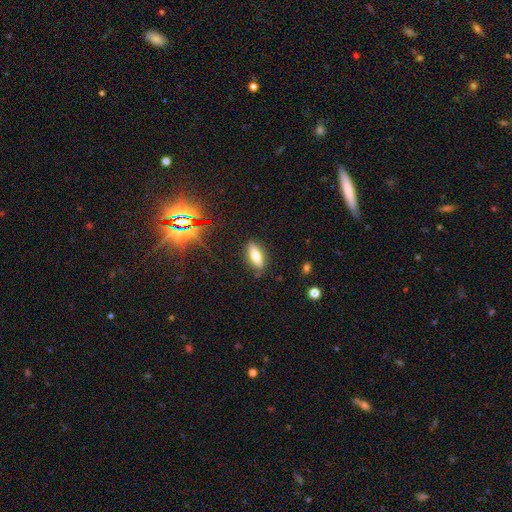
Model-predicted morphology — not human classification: Q: Smooth or featured?
A: smooth (54%); runner-up: featured or disk (35%)
Q: How rounded?
A: in between (56%); runner-up: cigar-shaped (40%)
Q: Merging?
A: none (82%); runner-up: minor disturbance (13%)